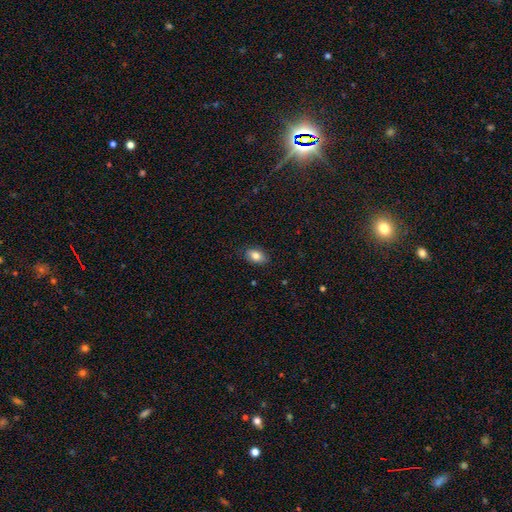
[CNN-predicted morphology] Overall: smooth (82%). How rounded: in between (89%). Merging: none (84%).